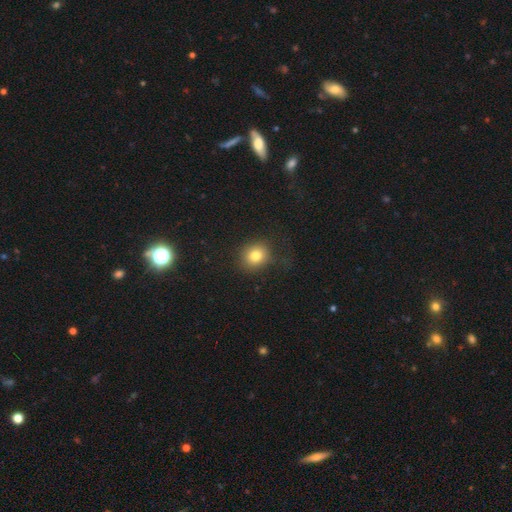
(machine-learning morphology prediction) The model was most divided on "how rounded": round: 75%, in between: 24%, cigar-shaped: 1%. More confident: smooth or featured — smooth (79%); merging — none (76%).